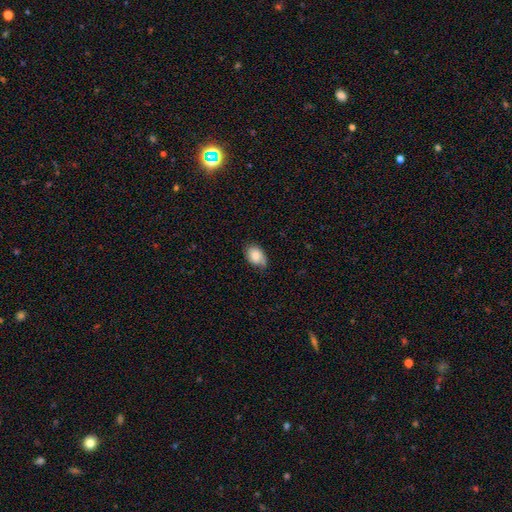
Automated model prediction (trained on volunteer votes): smooth 75%, featured or disk 18%, star or artifact 8%. Down the decision tree: how rounded — in between (83%); merging — none (59%).